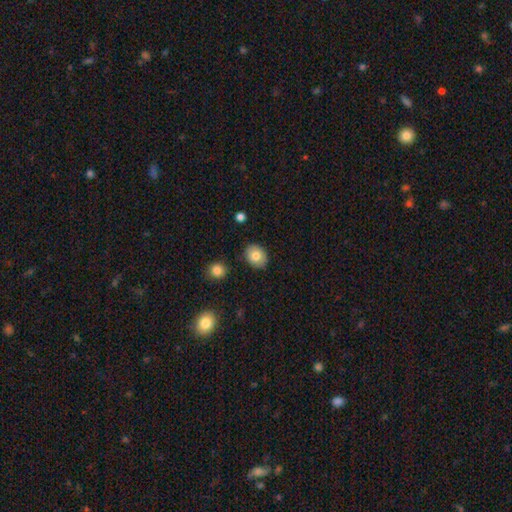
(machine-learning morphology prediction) type=smooth (81%); roundness=in between (58%); merging=none (86%).